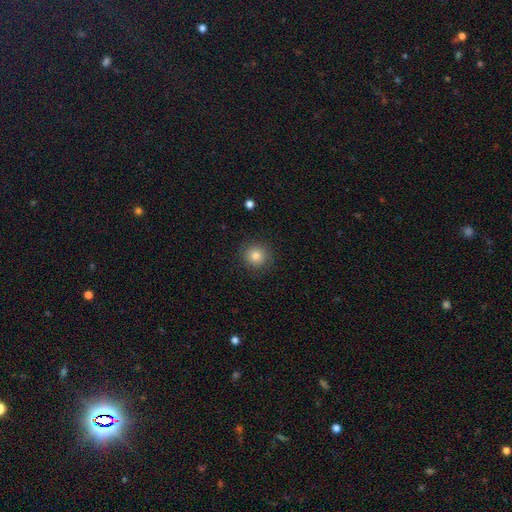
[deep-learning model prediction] Overall: smooth (81%). How rounded: round (93%). Merging: none (88%).